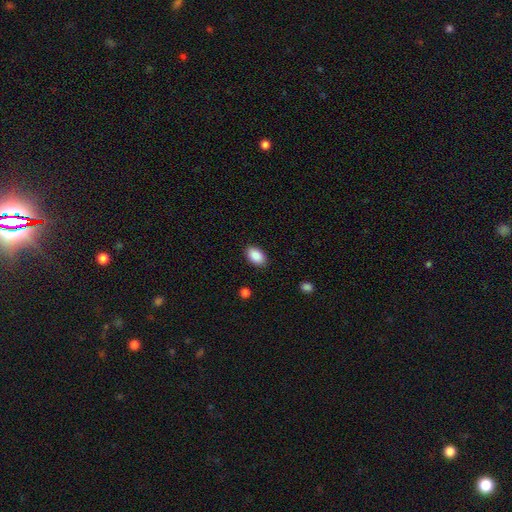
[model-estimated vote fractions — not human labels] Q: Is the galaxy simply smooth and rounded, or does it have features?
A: smooth — 89%.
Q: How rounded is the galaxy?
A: in between — 91%.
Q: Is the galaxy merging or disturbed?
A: none — 88%.